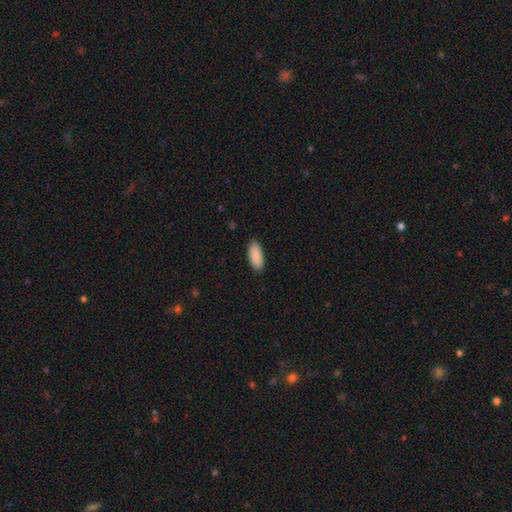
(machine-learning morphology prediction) smooth_or_featured: smooth (p=0.91) [alt: star or artifact p=0.06]
how_rounded: in between (p=0.86) [alt: cigar-shaped p=0.12]
merging: none (p=0.88) [alt: minor disturbance p=0.09]